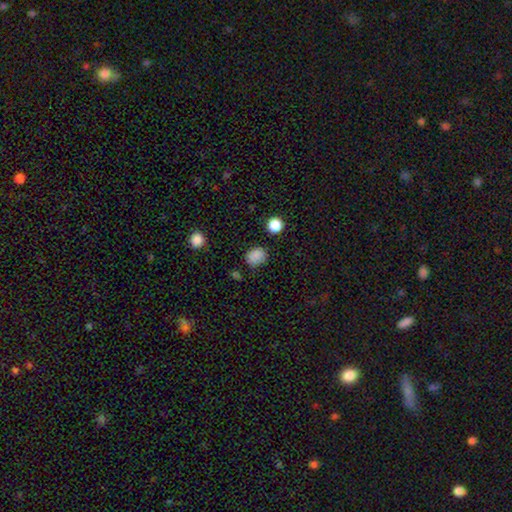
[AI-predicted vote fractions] A smooth galaxy with no disk features (84%) that is round (61%).

Vote fractions:
- Smooth or featured? smooth: 84% / star or artifact: 13% / featured or disk: 4%
- How rounded? round: 61% / in between: 38% / cigar-shaped: 1%
- Merging? none: 78% / minor disturbance: 15% / major disturbance: 4% / merger: 2%